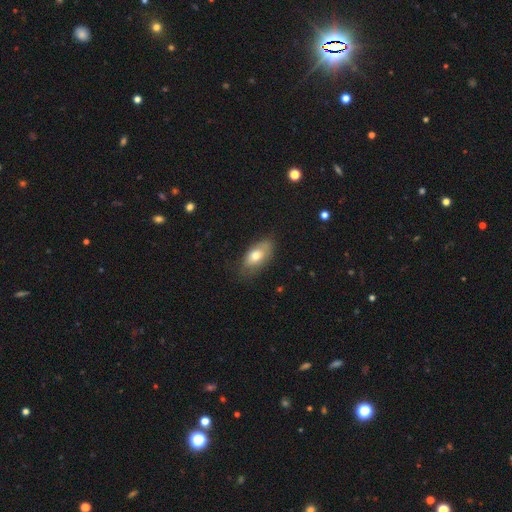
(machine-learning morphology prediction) Smooth or featured?
  - smooth: 70% *
  - featured or disk: 23%
  - star or artifact: 7%
How rounded?
  - in between: 88% *
  - cigar-shaped: 7%
  - round: 5%
Merging?
  - none: 71% *
  - minor disturbance: 22%
  - major disturbance: 5%
  - merger: 1%